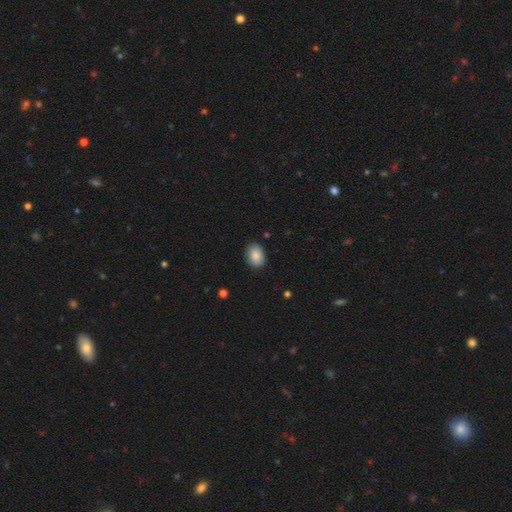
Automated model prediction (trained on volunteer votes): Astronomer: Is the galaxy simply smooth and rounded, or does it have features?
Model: smooth — 86%.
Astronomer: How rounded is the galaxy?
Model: in between — 76%.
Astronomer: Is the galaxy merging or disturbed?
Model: none — 85%.